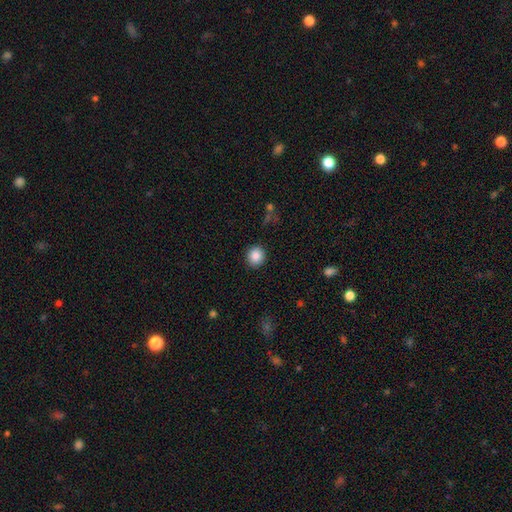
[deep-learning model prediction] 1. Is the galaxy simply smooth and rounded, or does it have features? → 87% smooth, 9% star or artifact, 4% featured or disk.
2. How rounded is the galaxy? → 87% round, 12% in between, 1% cigar-shaped.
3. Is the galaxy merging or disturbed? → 90% none, 7% minor disturbance, 2% major disturbance, 1% merger.